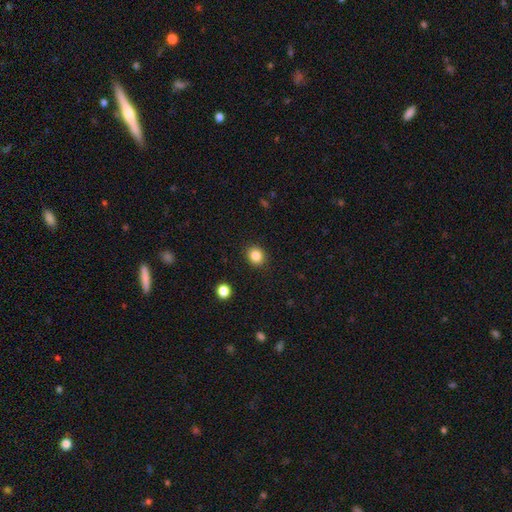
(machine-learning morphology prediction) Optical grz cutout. It shows a smooth galaxy with no disk features (84%) that is round (74%). Merging: none (91%).